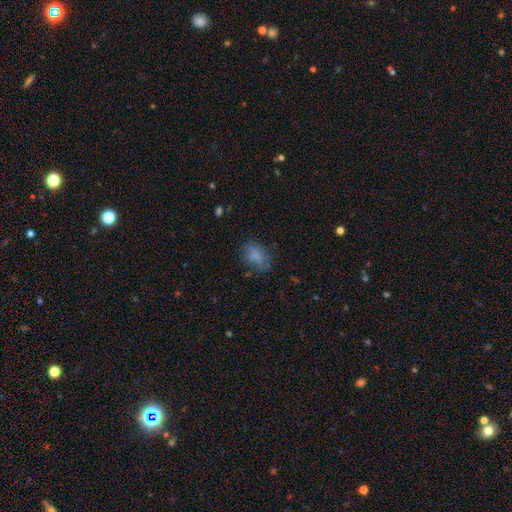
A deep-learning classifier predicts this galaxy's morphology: type=smooth (76%); roundness=in between (83%); merging=none (65%).